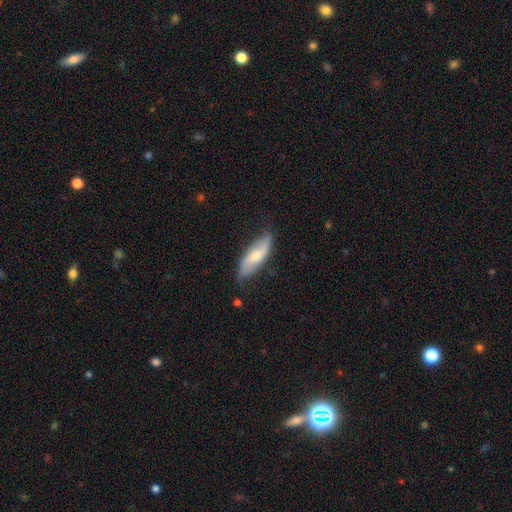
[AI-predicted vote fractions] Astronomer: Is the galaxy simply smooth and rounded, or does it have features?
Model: featured or disk — 52% (runner-up: smooth, 42%).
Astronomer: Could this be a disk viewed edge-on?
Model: no — 77%.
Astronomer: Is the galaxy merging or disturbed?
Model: none — 66%.